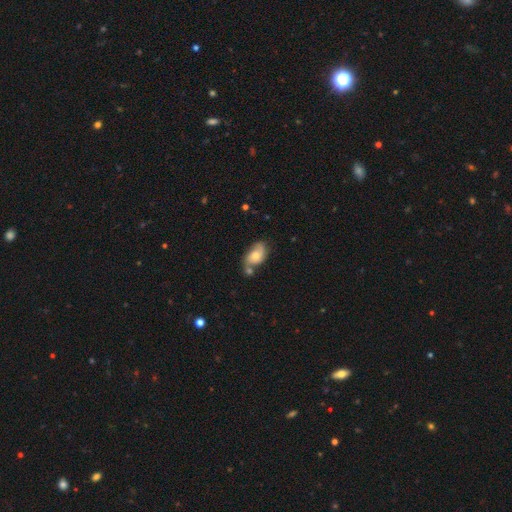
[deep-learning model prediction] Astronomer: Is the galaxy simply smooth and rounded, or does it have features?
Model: smooth — 52% (runner-up: featured or disk, 40%).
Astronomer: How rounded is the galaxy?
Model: in between — 89%.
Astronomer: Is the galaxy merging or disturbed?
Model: none — 44% (runner-up: merger, 27%).